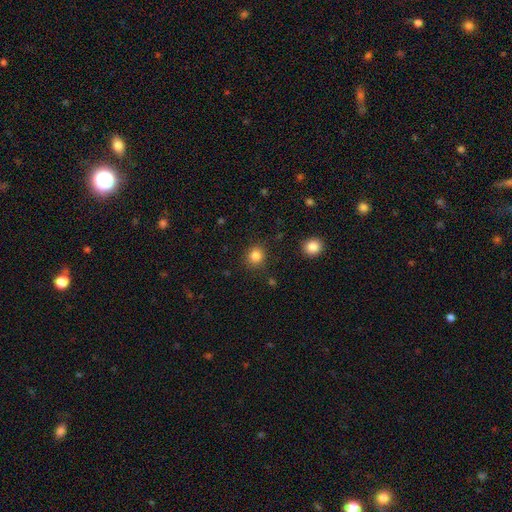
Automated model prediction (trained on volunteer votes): Q: Smooth or featured?
A: smooth (84%); runner-up: star or artifact (11%)
Q: How rounded?
A: round (89%); runner-up: in between (10%)
Q: Merging?
A: none (88%); runner-up: minor disturbance (8%)